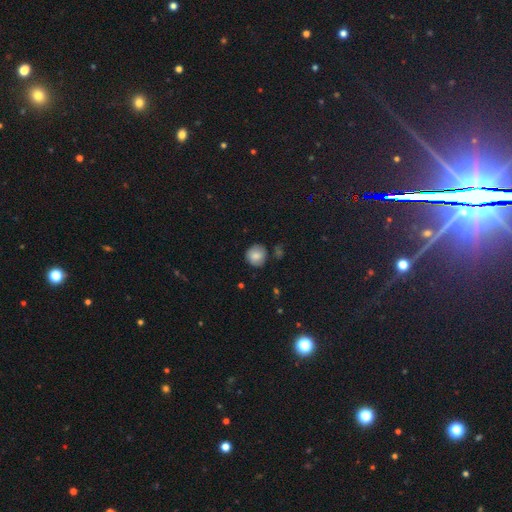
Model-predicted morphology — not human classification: A smooth galaxy with no disk features (80%) that is round (89%). Merging: none (79%).